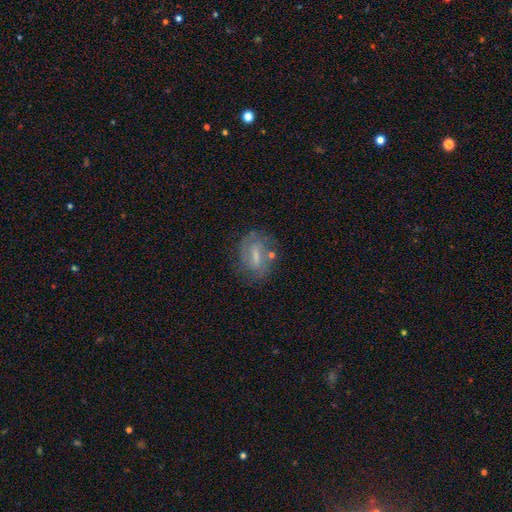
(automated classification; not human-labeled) This appears to be a featured or disk galaxy (57%) with a weak bar (43%), spiral arms (66%) and a small central bulge (37%). Merging: none (66%).